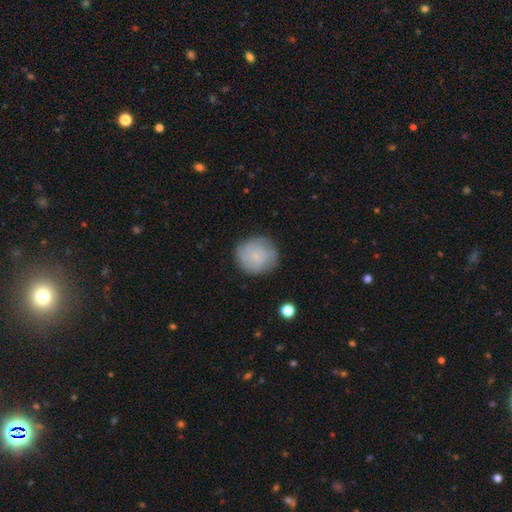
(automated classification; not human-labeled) smooth 70%, featured or disk 23%, star or artifact 7%. Down the decision tree: how rounded — round (90%); merging — none (80%).